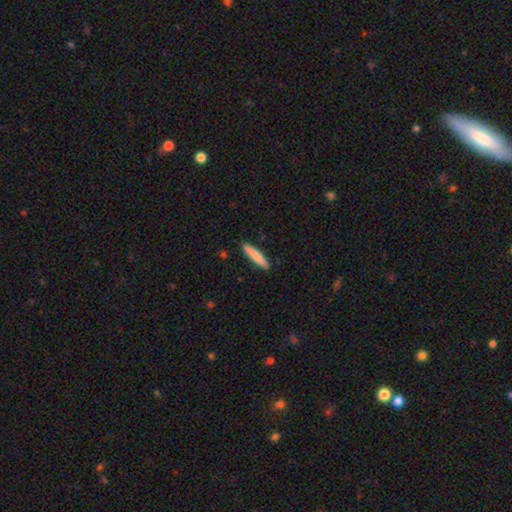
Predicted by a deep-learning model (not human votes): The model was most divided on "smooth or featured": smooth: 83%, featured or disk: 12%, star or artifact: 5%. More confident: merging — none (90%); how rounded — cigar-shaped (90%).